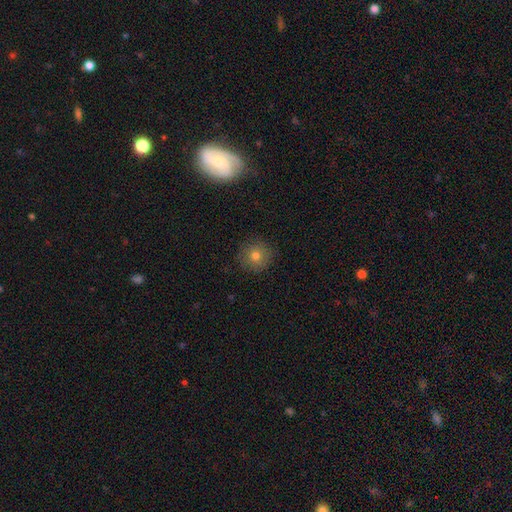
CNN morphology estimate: Smooth or featured?
  - smooth: 75% *
  - star or artifact: 13%
  - featured or disk: 11%
How rounded?
  - round: 94% *
  - in between: 5%
  - cigar-shaped: 1%
Merging?
  - none: 88% *
  - minor disturbance: 8%
  - major disturbance: 2%
  - merger: 1%